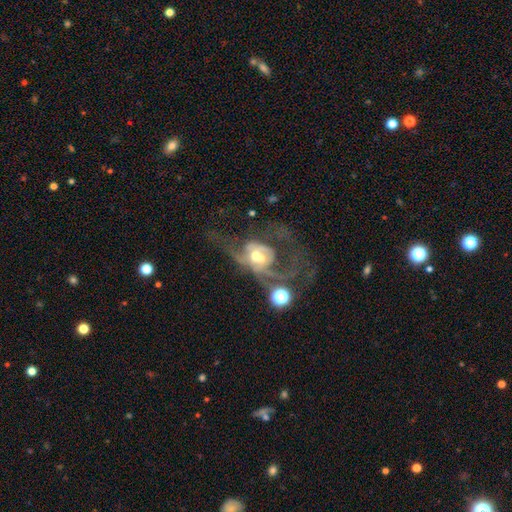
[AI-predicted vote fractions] Smooth or featured?
  - featured or disk: 71% *
  - smooth: 18%
  - star or artifact: 11%
Edge-on disk?
  - no: 95% *
  - yes: 5%
Bar?
  - no: 68% *
  - weak: 25%
  - strong: 8%
Spiral arms?
  - yes: 59% *
  - no: 41%
Bulge size?
  - moderate: 59% *
  - small: 24%
  - large: 11%
  - none: 3%
  - dominant: 2%
Merging?
  - major disturbance: 41% *
  - merger: 34%
  - none: 16%
  - minor disturbance: 9%